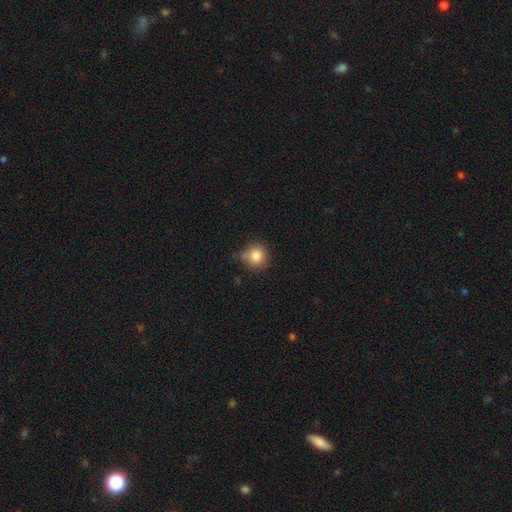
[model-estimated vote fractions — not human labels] Smooth or featured?
  - smooth: 83% *
  - star or artifact: 10%
  - featured or disk: 7%
How rounded?
  - round: 89% *
  - in between: 10%
  - cigar-shaped: 1%
Merging?
  - none: 69% *
  - minor disturbance: 21%
  - merger: 5%
  - major disturbance: 4%